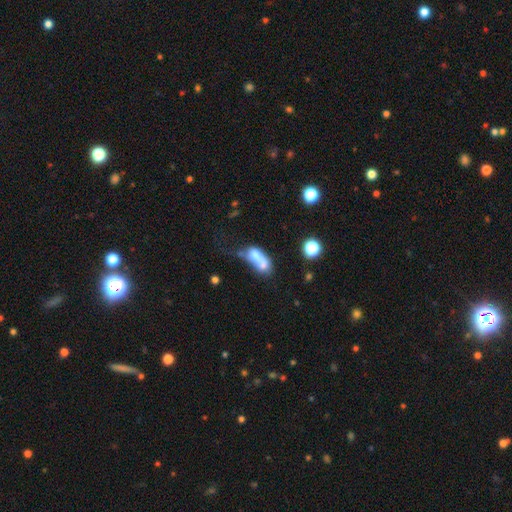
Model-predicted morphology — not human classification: Overall: smooth (59%; featured or disk 29%). How rounded: in between (73%). Merging: merger (56%; none 16%).